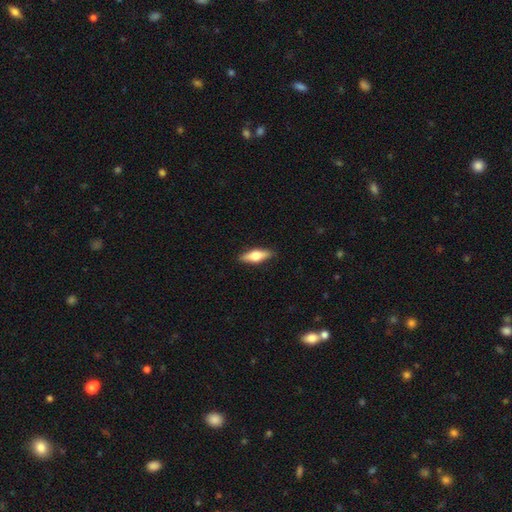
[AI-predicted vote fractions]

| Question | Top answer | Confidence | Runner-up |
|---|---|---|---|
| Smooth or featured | smooth | 52% | featured or disk (42%) |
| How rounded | in between | 57% | cigar-shaped (40%) |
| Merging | none | 89% | minor disturbance (8%) |